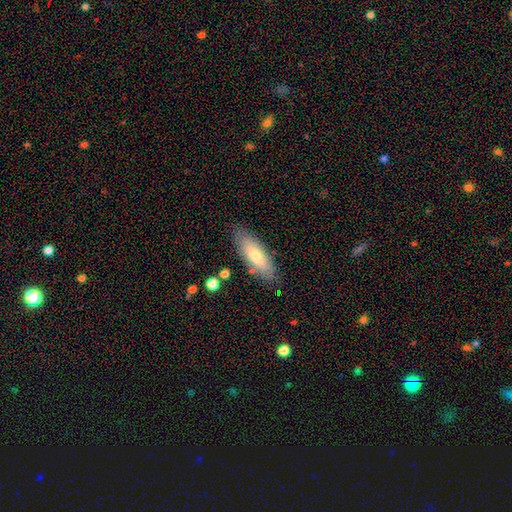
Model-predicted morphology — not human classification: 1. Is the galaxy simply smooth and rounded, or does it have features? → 66% smooth, 28% featured or disk, 7% star or artifact.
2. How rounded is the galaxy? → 59% in between, 39% cigar-shaped, 2% round.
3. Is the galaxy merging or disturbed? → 84% none, 11% minor disturbance, 2% major disturbance, 2% merger.